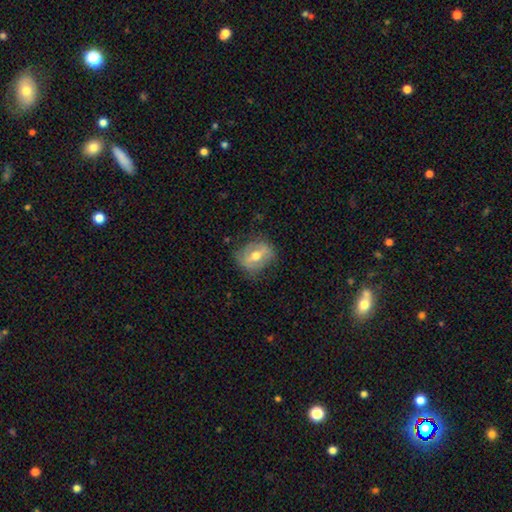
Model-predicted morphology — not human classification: Smooth or featured?
  - featured or disk: 55% *
  - smooth: 37%
  - star or artifact: 8%
Edge-on disk?
  - no: 88% *
  - yes: 12%
Merging?
  - none: 69% *
  - minor disturbance: 22%
  - major disturbance: 8%
  - merger: 1%